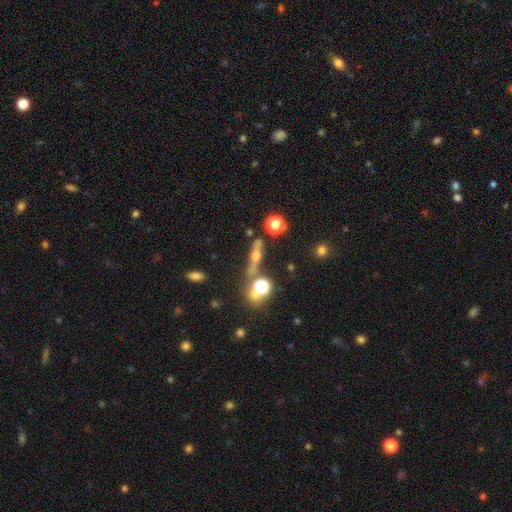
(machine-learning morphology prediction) Smooth or featured: featured or disk — 51% (smooth — 25%)
Edge-on disk: yes — 83% (no — 17%)
Merging: none — 68% (merger — 15%)